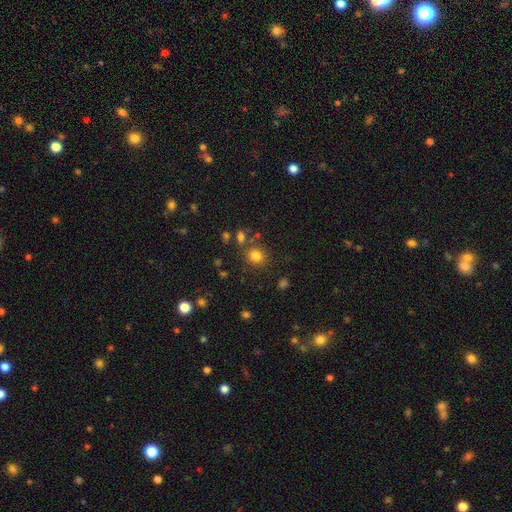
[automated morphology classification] smooth_or_featured: smooth (p=0.80) [alt: star or artifact p=0.13]
how_rounded: round (p=0.83) [alt: in between p=0.16]
merging: none (p=0.78) [alt: minor disturbance p=0.10]